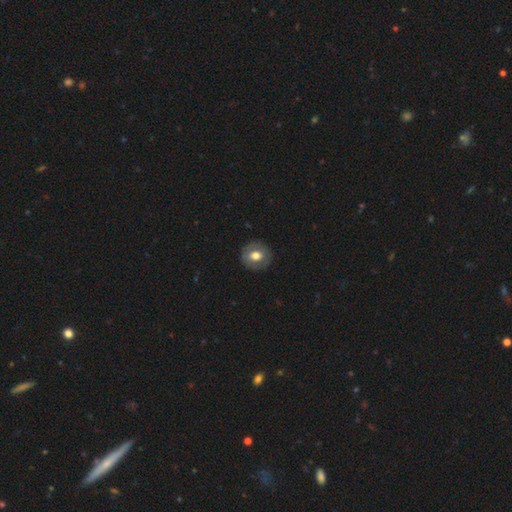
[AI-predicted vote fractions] smooth_or_featured: smooth (p=0.64) [alt: featured or disk p=0.29]
how_rounded: round (p=0.85) [alt: in between p=0.14]
merging: none (p=0.88) [alt: minor disturbance p=0.08]